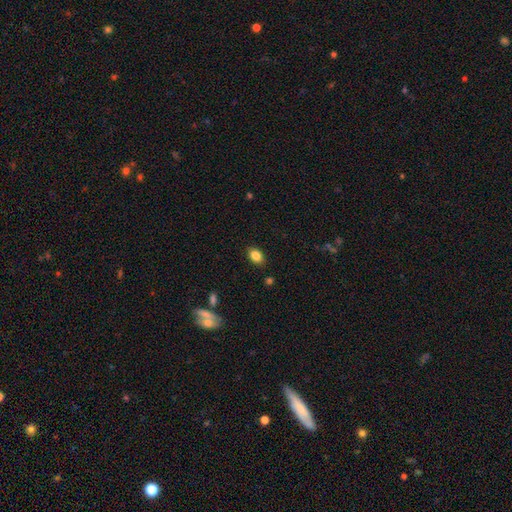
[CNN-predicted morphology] smooth_or_featured: smooth (p=0.84) [alt: star or artifact p=0.10]
how_rounded: in between (p=0.79) [alt: round p=0.20]
merging: none (p=0.87) [alt: minor disturbance p=0.10]